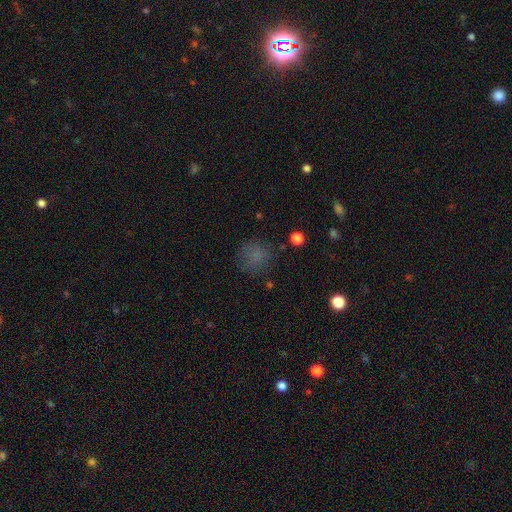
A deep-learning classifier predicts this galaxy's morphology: smooth-or-featured: smooth: 73% | star or artifact: 18% | featured or disk: 9%
  how-rounded: round: 85% | in between: 14% | cigar-shaped: 1%
  merging: none: 73% | minor disturbance: 16% | major disturbance: 8% | merger: 2%